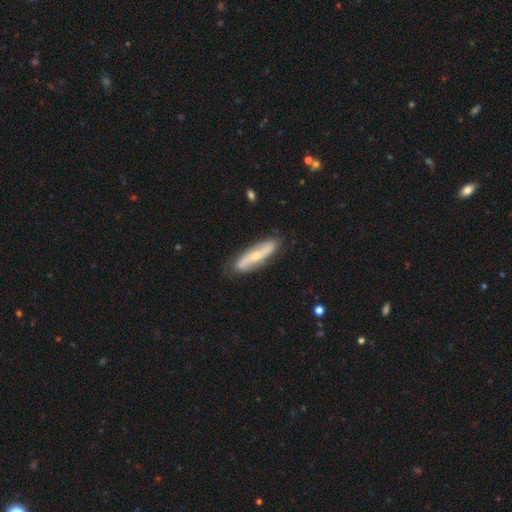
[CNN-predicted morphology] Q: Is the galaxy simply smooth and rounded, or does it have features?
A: featured or disk — 74%.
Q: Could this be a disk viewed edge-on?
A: no — 74%.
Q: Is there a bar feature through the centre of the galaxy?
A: no — 41%.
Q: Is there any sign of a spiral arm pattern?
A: yes — 88%.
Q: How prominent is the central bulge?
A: small — 57%.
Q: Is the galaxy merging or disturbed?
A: none — 83%.